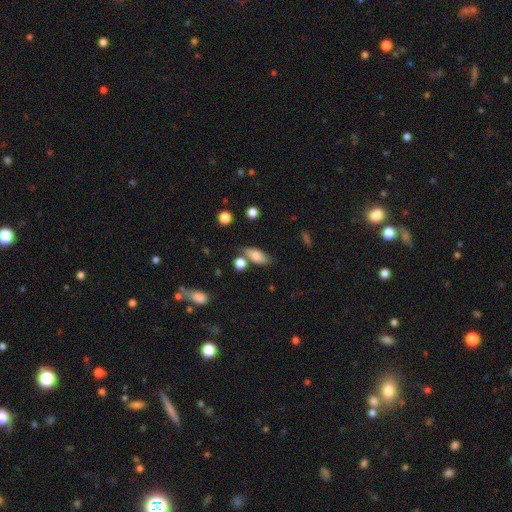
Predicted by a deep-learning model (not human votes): Morphology: type=smooth (80%); roundness=in between (82%); merging=none (65%).